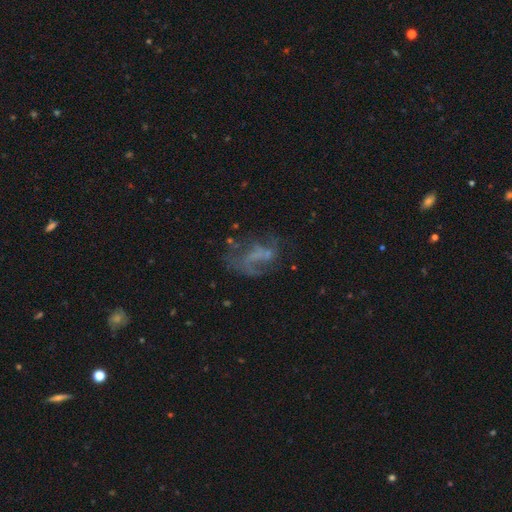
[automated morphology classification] Smooth or featured? Predicted: featured or disk (p=0.60). Edge-on disk? Predicted: no (p=0.97). Bar? Predicted: no (p=0.64). Spiral arms? Predicted: yes (p=0.53). Bulge size? Predicted: none (p=0.72). Merging? Predicted: none (p=0.39).